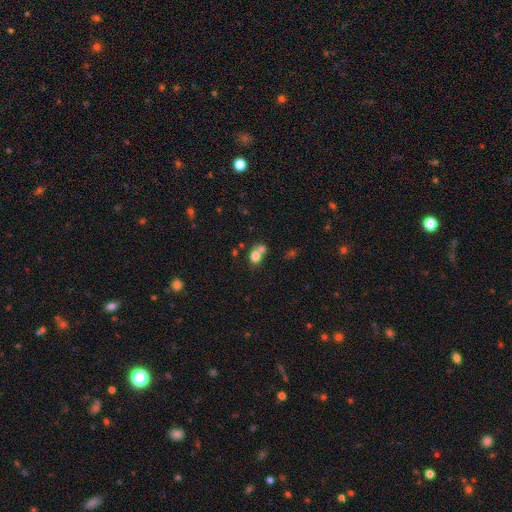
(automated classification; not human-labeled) Smooth or featured?
  - smooth: 76% *
  - featured or disk: 13%
  - star or artifact: 11%
How rounded?
  - round: 54% *
  - in between: 44%
  - cigar-shaped: 1%
Merging?
  - merger: 53% *
  - none: 34%
  - minor disturbance: 9%
  - major disturbance: 4%